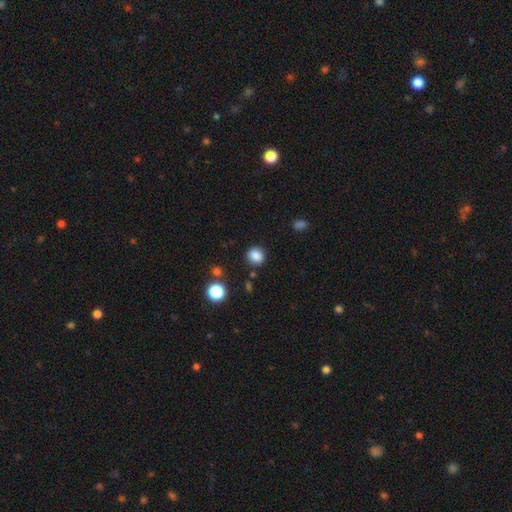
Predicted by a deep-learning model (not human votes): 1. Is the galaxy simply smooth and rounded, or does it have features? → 85% smooth, 11% star or artifact, 4% featured or disk.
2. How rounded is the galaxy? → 80% round, 19% in between, 1% cigar-shaped.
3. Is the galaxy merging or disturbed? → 86% none, 8% minor disturbance, 3% major disturbance, 3% merger.